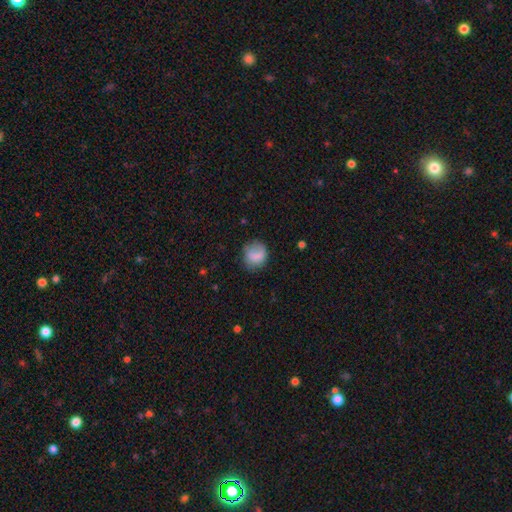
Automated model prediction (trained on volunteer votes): Smooth or featured? smooth (77%)
How rounded? round (79%)
Merging? none (65%)